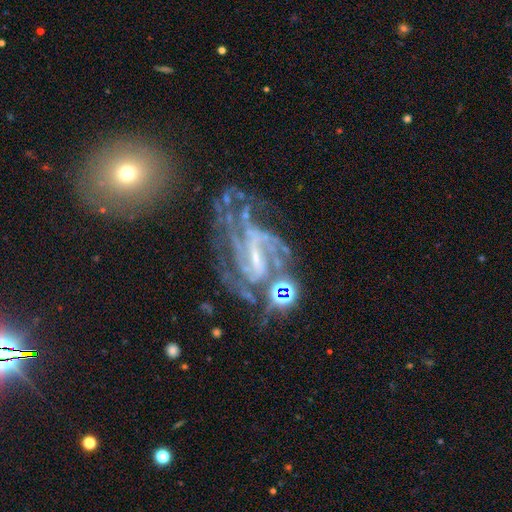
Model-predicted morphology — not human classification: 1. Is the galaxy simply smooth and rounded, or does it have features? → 85% featured or disk, 10% star or artifact, 5% smooth.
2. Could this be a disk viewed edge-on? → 97% no, 3% yes.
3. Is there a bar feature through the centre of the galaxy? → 43% weak, 34% strong, 23% no.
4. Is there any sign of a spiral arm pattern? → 92% yes, 8% no.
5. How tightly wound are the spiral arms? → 44% medium, 37% tight, 19% loose.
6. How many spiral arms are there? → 29% can't tell, 22% 3, 19% 2, 16% 4, 8% more than 4, 7% 1.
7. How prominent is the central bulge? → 58% small, 23% none, 16% moderate, 2% large, 1% dominant.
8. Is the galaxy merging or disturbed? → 40% none, 30% major disturbance, 19% minor disturbance, 11% merger.